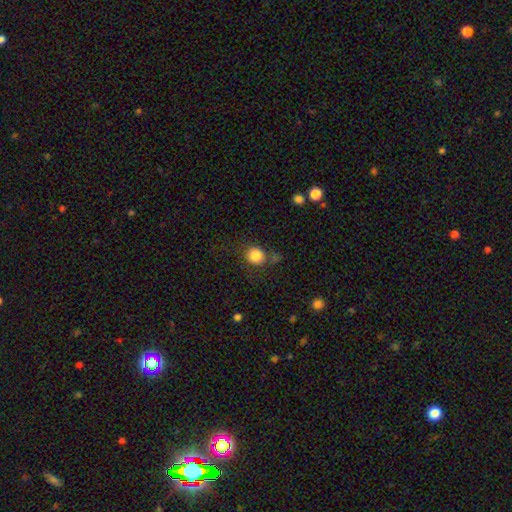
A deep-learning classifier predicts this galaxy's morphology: Overall: smooth (83%). How rounded: round (84%). Merging: none (68%).